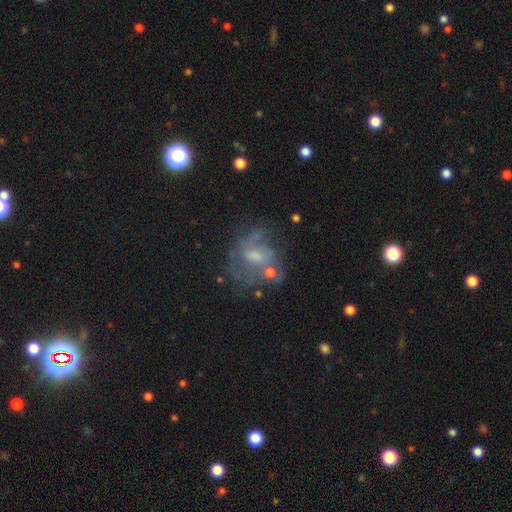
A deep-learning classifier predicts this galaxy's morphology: Smooth or featured? featured or disk (61%)
Edge-on disk? no (97%)
Bar? no (54%)
Spiral arms? no (53%)
Bulge size? moderate (42%)
Merging? none (40%)